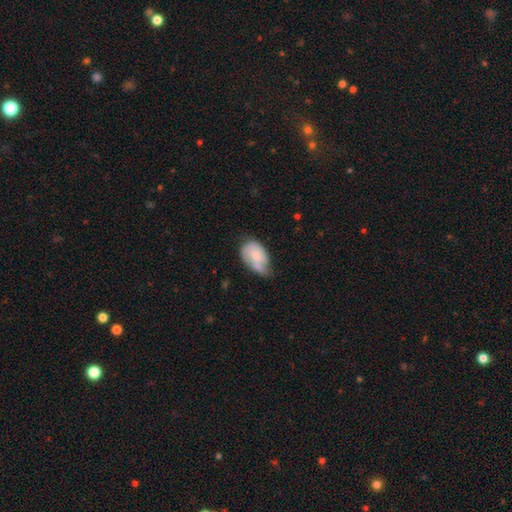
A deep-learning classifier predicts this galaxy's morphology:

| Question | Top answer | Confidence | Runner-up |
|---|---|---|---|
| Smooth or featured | smooth | 54% | featured or disk (40%) |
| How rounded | in between | 86% | round (13%) |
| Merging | minor disturbance | 42% | none (31%) |